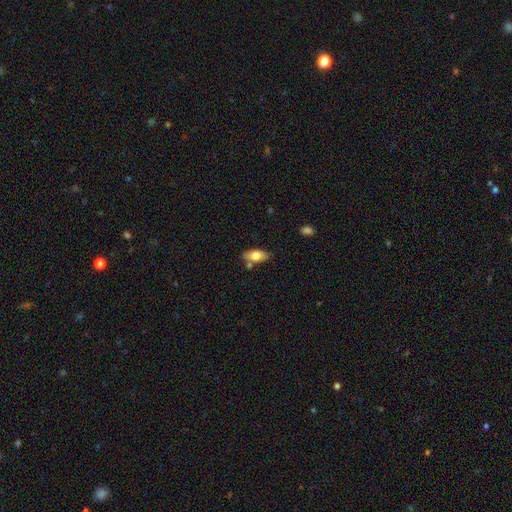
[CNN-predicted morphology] Smooth or featured? smooth (76%)
How rounded? in between (89%)
Merging? none (71%)